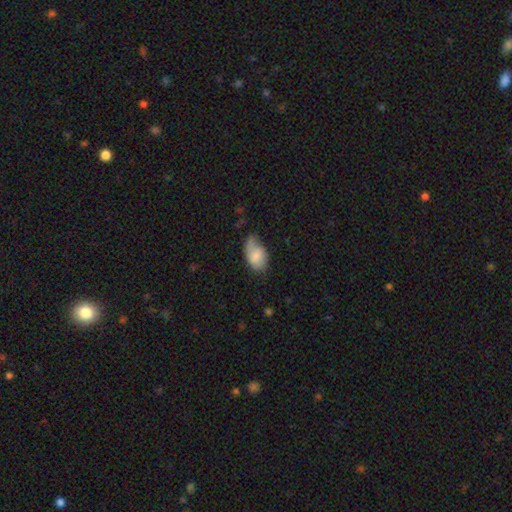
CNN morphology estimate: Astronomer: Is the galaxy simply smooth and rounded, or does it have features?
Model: smooth — 73%.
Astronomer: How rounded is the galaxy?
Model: in between — 91%.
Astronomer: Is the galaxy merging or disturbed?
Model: minor disturbance — 42% (runner-up: none, 36%).